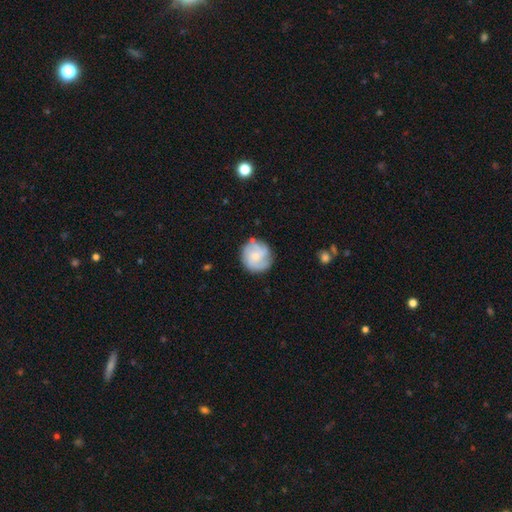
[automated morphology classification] Overall: featured or disk (56%; smooth 37%). Edge-on disk: no (98%). Bar: no (63%; weak 32%). Spiral arms: yes (86%). Bulge size: small (43%; moderate 34%). Merging: none (77%).